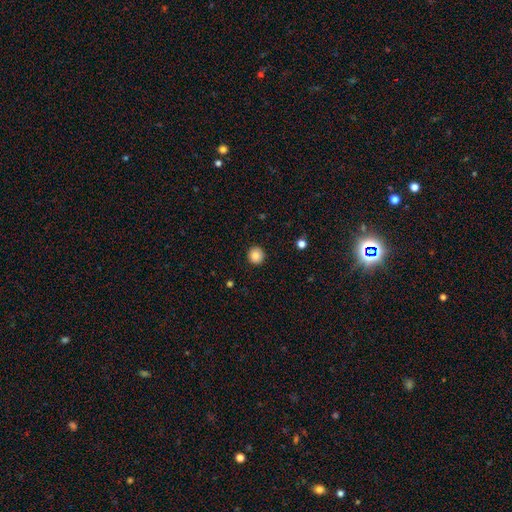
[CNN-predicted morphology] This is clearly a smooth galaxy (85%). How rounded: clearly round (95%). Merging: clearly none (92%).